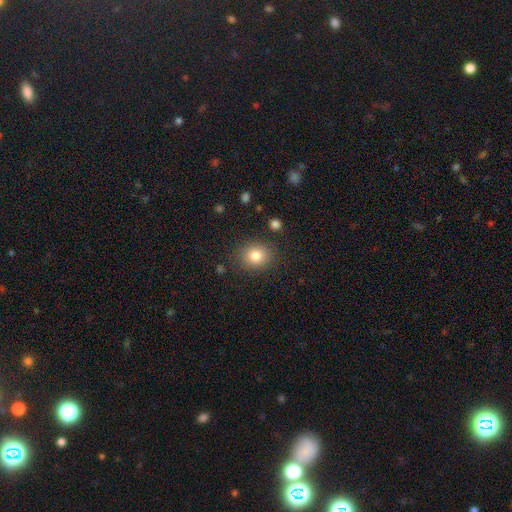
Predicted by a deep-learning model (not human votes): The model was most divided on "how rounded": round: 69%, in between: 31%, cigar-shaped: 1%. More confident: merging — none (85%); smooth or featured — smooth (82%).